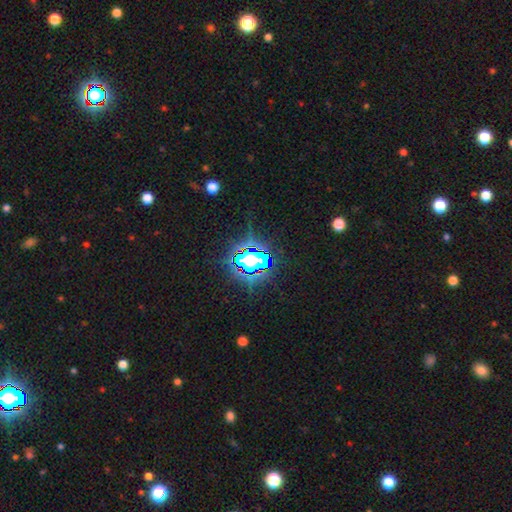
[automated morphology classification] This appears to be a star or artifact, not a galaxy (73%).